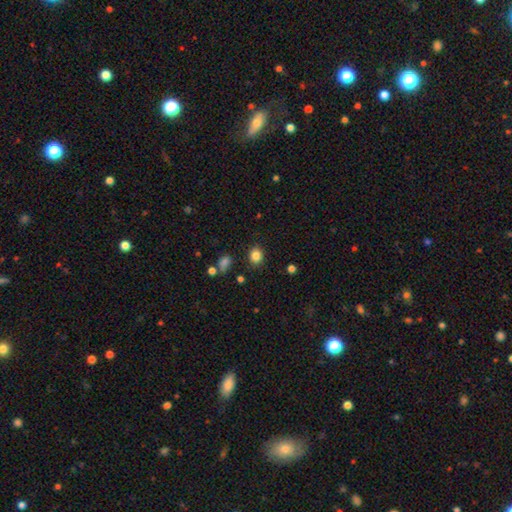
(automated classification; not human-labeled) The model was most divided on "how rounded": round: 62%, in between: 38%, cigar-shaped: 1%. More confident: merging — none (86%); smooth or featured — smooth (84%).